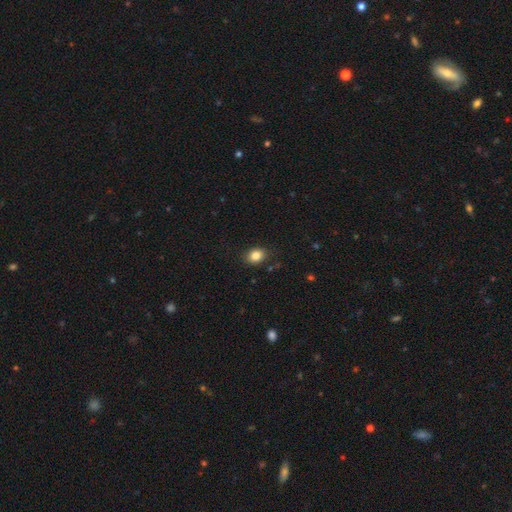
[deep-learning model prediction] A smooth galaxy with no disk features (84%) that is in between round and cigar-shaped (52%). Merging: none (86%).